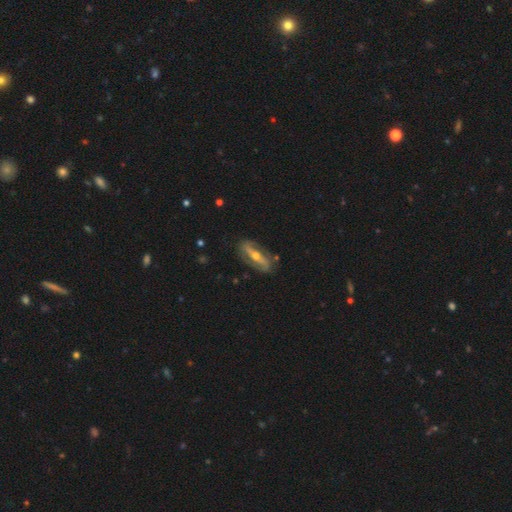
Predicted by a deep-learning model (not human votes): Smooth or featured?
  - featured or disk: 78% *
  - smooth: 17%
  - star or artifact: 5%
Edge-on disk?
  - no: 73% *
  - yes: 27%
Bar?
  - strong: 62% *
  - no: 19%
  - weak: 19%
Spiral arms?
  - yes: 76% *
  - no: 24%
Bulge size?
  - moderate: 57% *
  - small: 38%
  - large: 2%
  - none: 1%
  - dominant: 1%
Merging?
  - none: 78% *
  - minor disturbance: 15%
  - major disturbance: 5%
  - merger: 2%